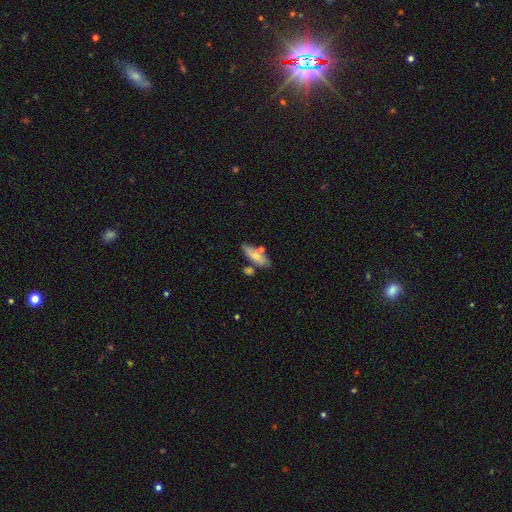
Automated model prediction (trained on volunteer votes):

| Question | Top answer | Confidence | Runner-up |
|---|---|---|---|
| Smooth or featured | smooth | 73% | featured or disk (20%) |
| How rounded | in between | 60% | cigar-shaped (37%) |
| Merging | none | 59% | minor disturbance (19%) |